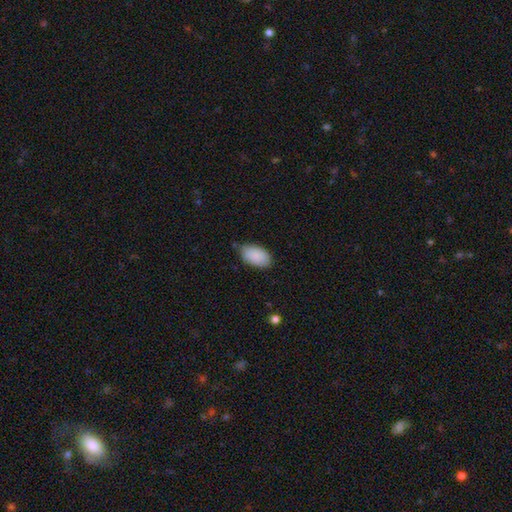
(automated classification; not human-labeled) This is clearly a smooth galaxy (89%). How rounded: clearly in between (95%). Merging: likely none (75%).